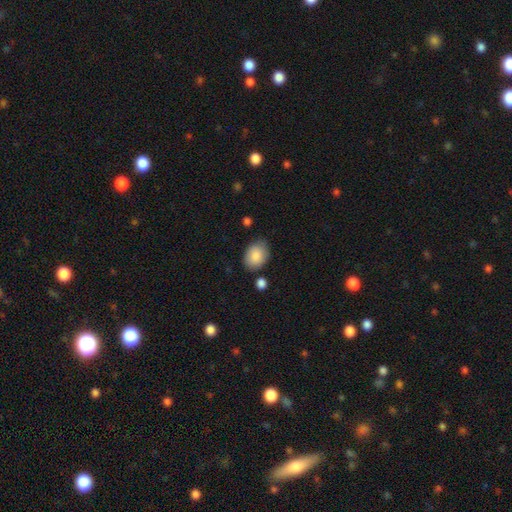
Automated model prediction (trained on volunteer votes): Smooth or featured? smooth (86%)
How rounded? in between (73%)
Merging? none (77%)